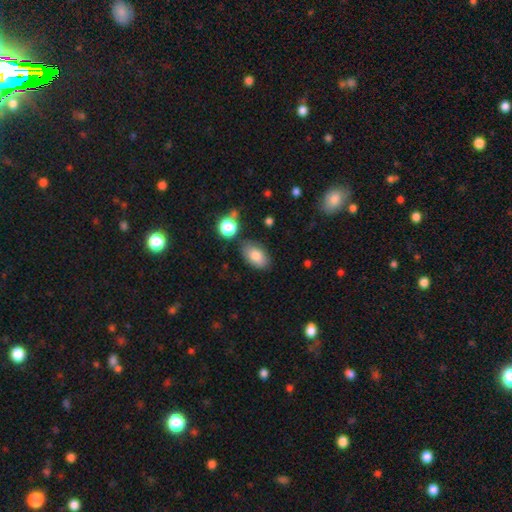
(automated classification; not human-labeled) Smooth or featured: smooth — 83% (featured or disk — 10%)
How rounded: in between — 91% (round — 7%)
Merging: none — 78% (minor disturbance — 14%)